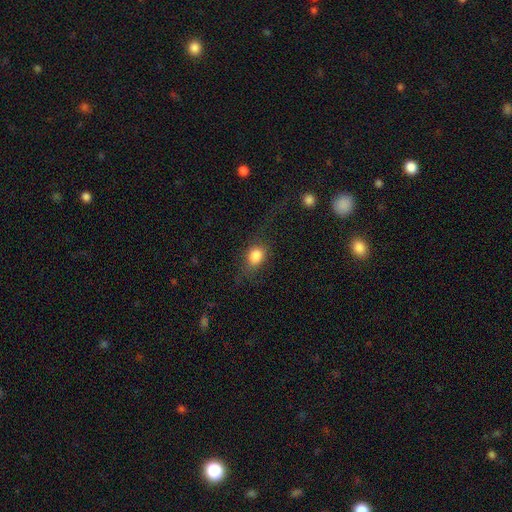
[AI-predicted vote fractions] Overall: smooth (82%). How rounded: in between (61%; round 36%). Merging: none (59%; major disturbance 19%).